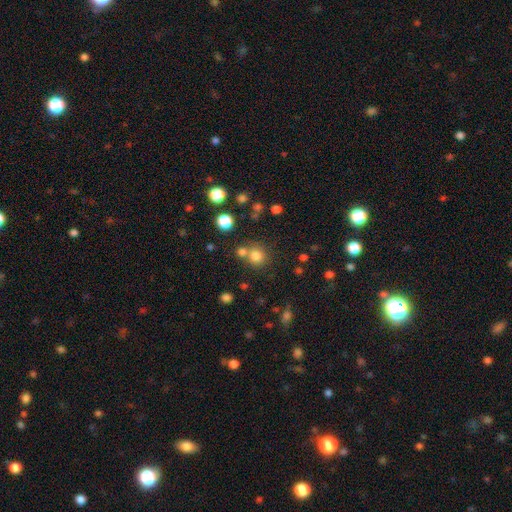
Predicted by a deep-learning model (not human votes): Overall: smooth (78%). How rounded: round (90%). Merging: none (63%; merger 25%).